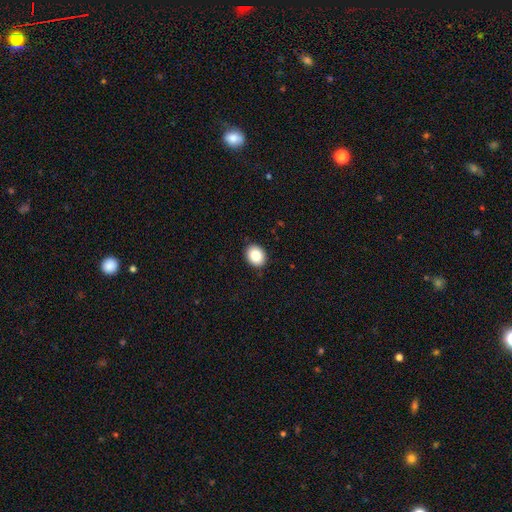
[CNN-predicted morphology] The model was most divided on "how rounded": round: 50%, in between: 49%, cigar-shaped: 1%. More confident: merging — none (90%); smooth or featured — smooth (85%).